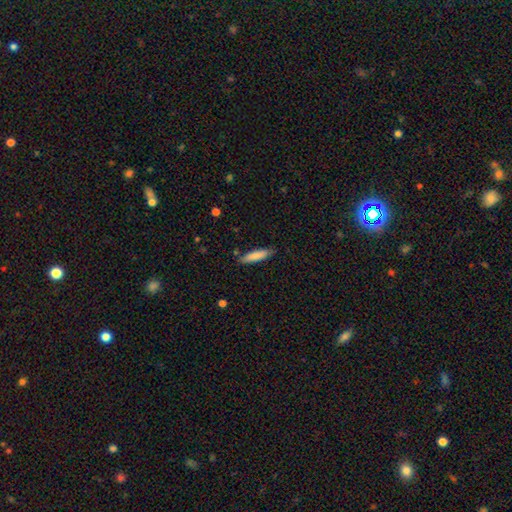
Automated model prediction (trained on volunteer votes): Overall: smooth (83%). How rounded: cigar-shaped (74%). Merging: none (83%).